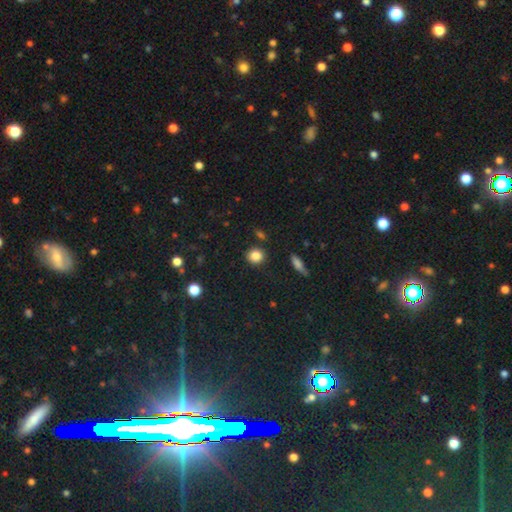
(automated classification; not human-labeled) This appears to be a smooth galaxy with no disk features (84%) that is round (84%). Merging: none (86%).